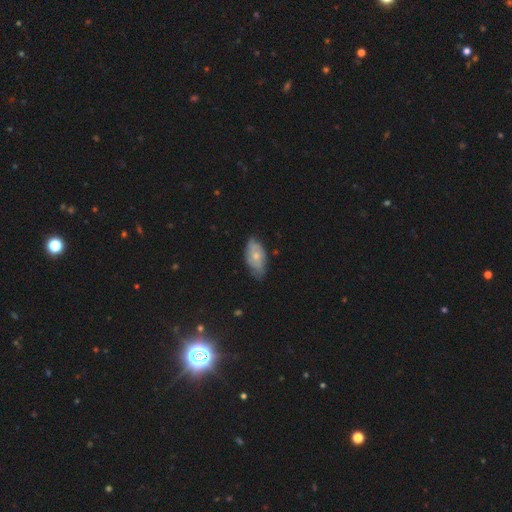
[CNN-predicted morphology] This is possibly a featured or disk galaxy (49%). Merging: likely none (62%).